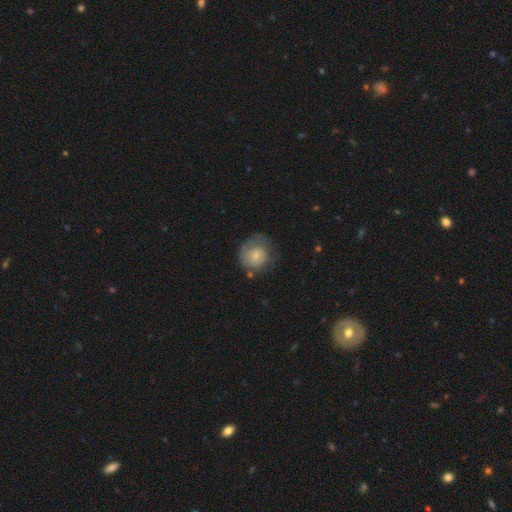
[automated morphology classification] Smooth or featured? Predicted: smooth (p=0.63). How rounded? Predicted: round (p=0.83). Merging? Predicted: none (p=0.51).